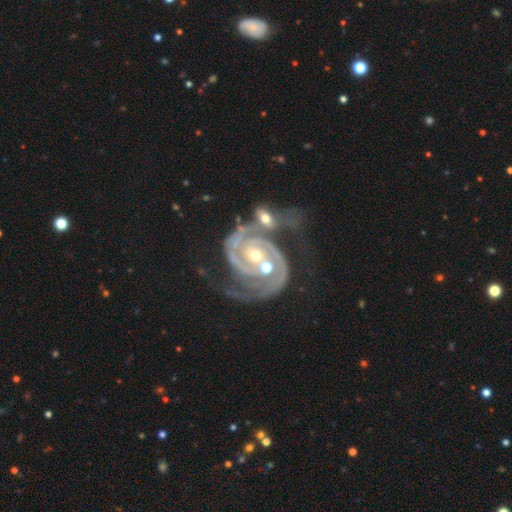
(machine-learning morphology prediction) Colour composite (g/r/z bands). It shows a featured or disk galaxy (94%) with no bar (55%), 2 (80%) tight (63%) spiral arms (99%) and a moderate central bulge (51%). Merging: merger (40%).